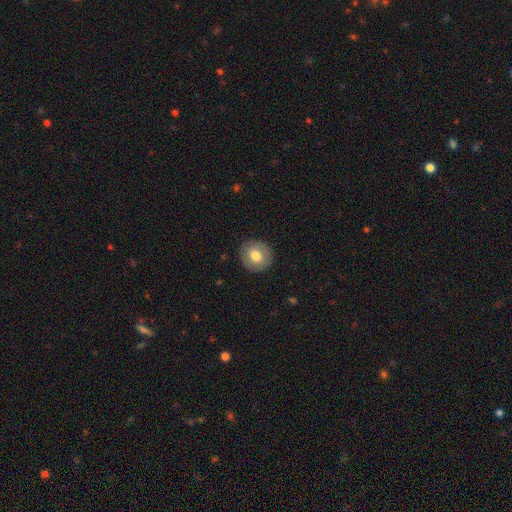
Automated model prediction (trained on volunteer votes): Smooth or featured?
  - smooth: 75% *
  - featured or disk: 17%
  - star or artifact: 8%
How rounded?
  - round: 85% *
  - in between: 14%
  - cigar-shaped: 1%
Merging?
  - none: 89% *
  - minor disturbance: 8%
  - major disturbance: 2%
  - merger: 1%